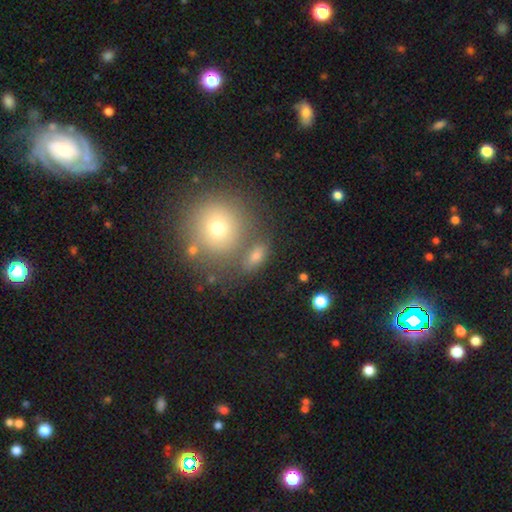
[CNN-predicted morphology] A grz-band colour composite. It shows a smooth galaxy with no disk features (73%) that is in between round and cigar-shaped (71%). Merging: none (64%).